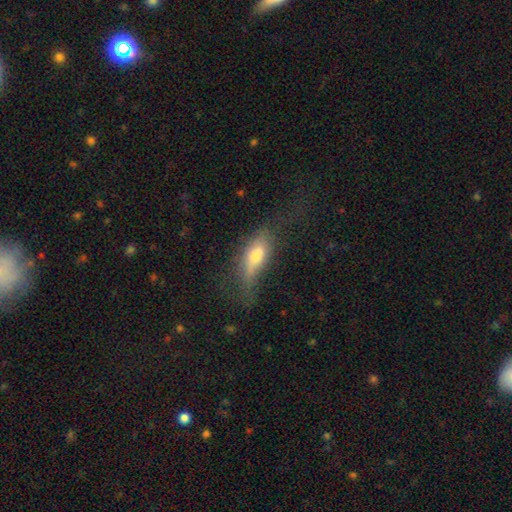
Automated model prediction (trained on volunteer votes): Smooth or featured? Predicted: smooth (p=0.58). How rounded? Predicted: in between (p=0.65). Merging? Predicted: none (p=0.42).